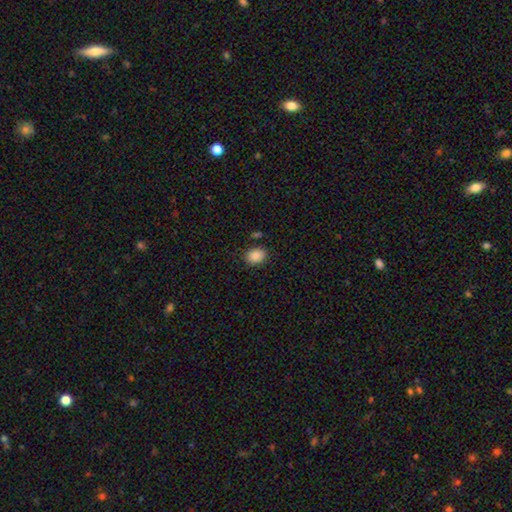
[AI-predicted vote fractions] A smooth galaxy with no disk features (87%) that is in between round and cigar-shaped (57%). Merging: none (83%).